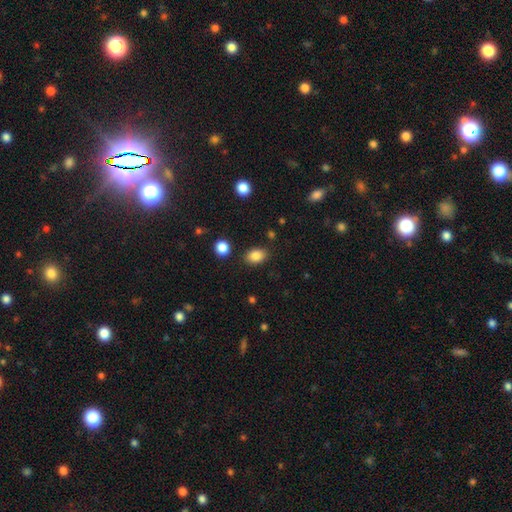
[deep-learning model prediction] smooth-or-featured: smooth: 85% | star or artifact: 9% | featured or disk: 5%
  how-rounded: in between: 78% | round: 21% | cigar-shaped: 1%
  merging: none: 84% | minor disturbance: 10% | merger: 3% | major disturbance: 3%